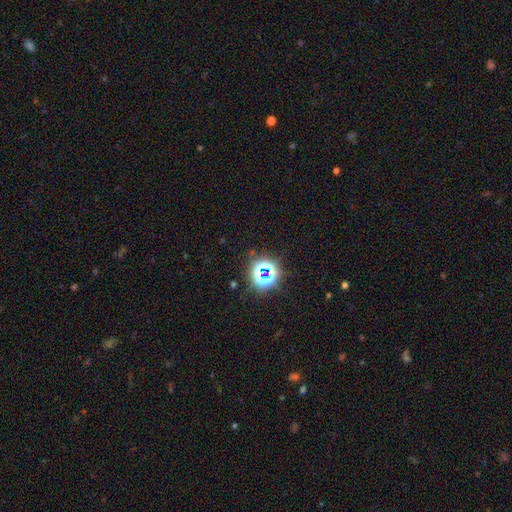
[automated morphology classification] Smooth or featured? star or artifact (75%)